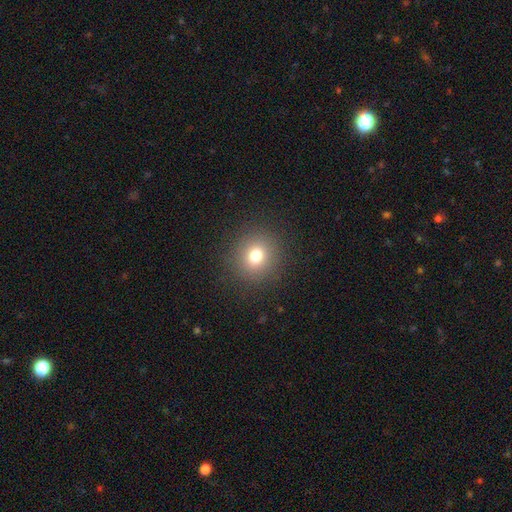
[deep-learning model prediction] Smooth or featured: smooth — 76% (star or artifact — 15%)
How rounded: round — 87% (in between — 12%)
Merging: none — 90% (minor disturbance — 6%)